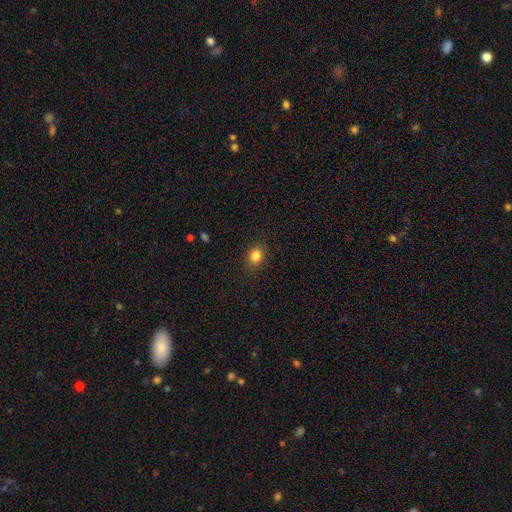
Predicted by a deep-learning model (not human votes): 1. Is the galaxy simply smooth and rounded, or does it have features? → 85% smooth, 11% star or artifact, 4% featured or disk.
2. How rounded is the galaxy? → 61% round, 38% in between, 1% cigar-shaped.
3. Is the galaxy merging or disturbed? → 88% none, 9% minor disturbance, 3% major disturbance, 1% merger.